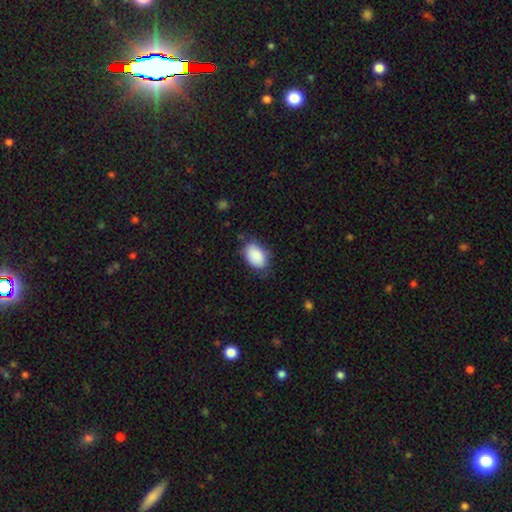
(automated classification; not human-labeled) Morphology: type=smooth (88%); roundness=in between (88%); merging=none (69%).